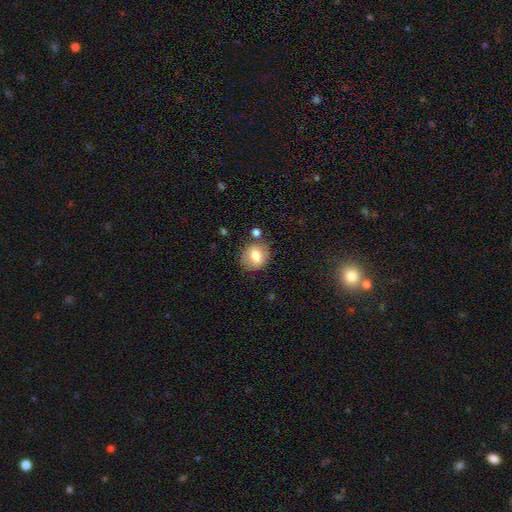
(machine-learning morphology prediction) smooth-or-featured: smooth: 73% | featured or disk: 18% | star or artifact: 9%
  how-rounded: round: 72% | in between: 27% | cigar-shaped: 1%
  merging: none: 73% | minor disturbance: 15% | merger: 8% | major disturbance: 4%